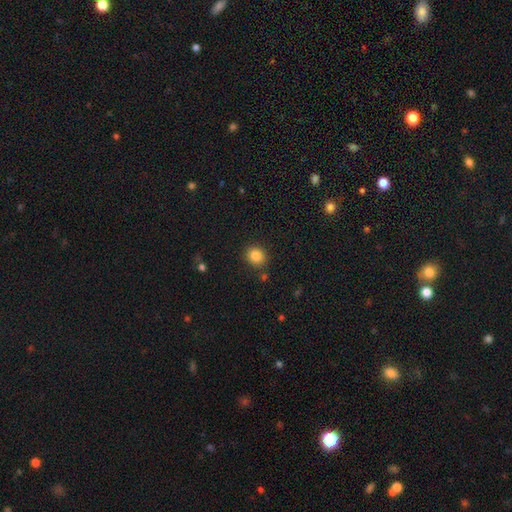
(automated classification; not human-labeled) This appears to be a smooth galaxy with no disk features (84%) that is round (78%). Merging: none (87%).